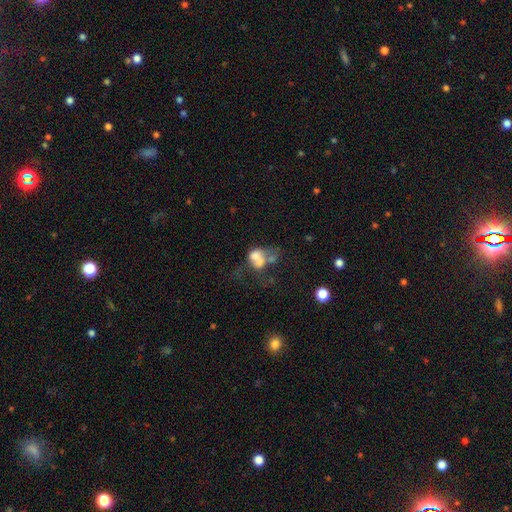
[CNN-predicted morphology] This is possibly a smooth galaxy (50%). How rounded: likely in between (65%). Merging: possibly merger (55%).